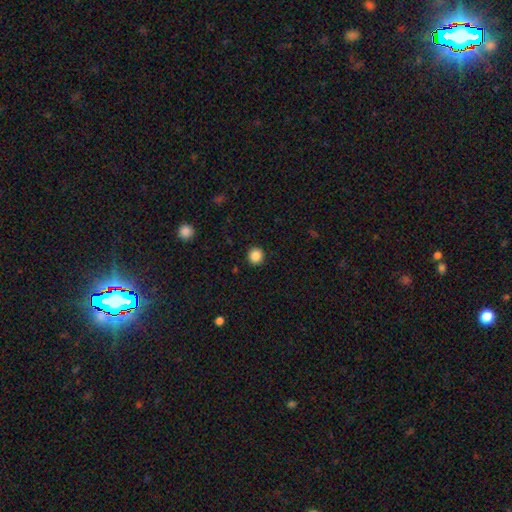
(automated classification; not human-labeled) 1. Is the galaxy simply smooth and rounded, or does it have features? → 87% smooth, 10% star or artifact, 3% featured or disk.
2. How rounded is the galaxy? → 94% round, 5% in between, 1% cigar-shaped.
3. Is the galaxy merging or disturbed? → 92% none, 5% minor disturbance, 2% major disturbance, 1% merger.